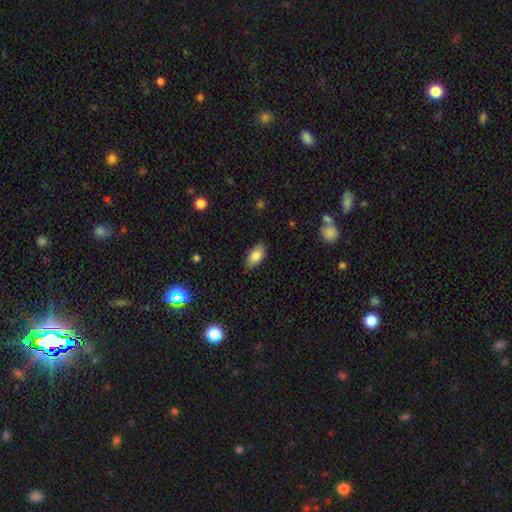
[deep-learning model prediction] smooth 83%, featured or disk 9%, star or artifact 7%. Down the decision tree: how rounded — in between (91%); merging — none (82%).